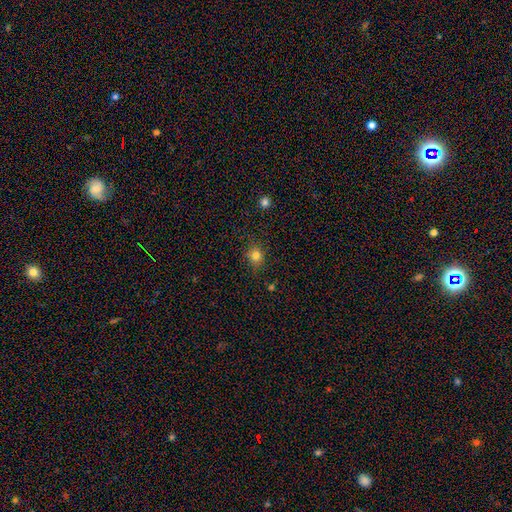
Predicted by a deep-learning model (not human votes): smooth-or-featured: smooth: 80% | star or artifact: 14% | featured or disk: 7%
  how-rounded: round: 79% | in between: 20% | cigar-shaped: 1%
  merging: none: 82% | minor disturbance: 13% | major disturbance: 3% | merger: 2%